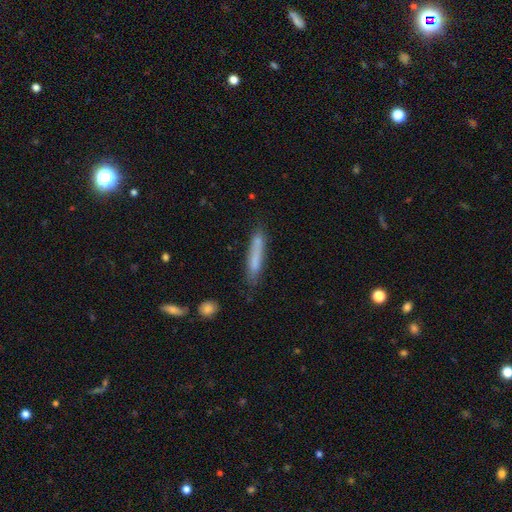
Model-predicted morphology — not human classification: Q: Smooth or featured?
A: smooth (71%); runner-up: featured or disk (21%)
Q: How rounded?
A: cigar-shaped (93%); runner-up: in between (6%)
Q: Merging?
A: none (74%); runner-up: minor disturbance (18%)